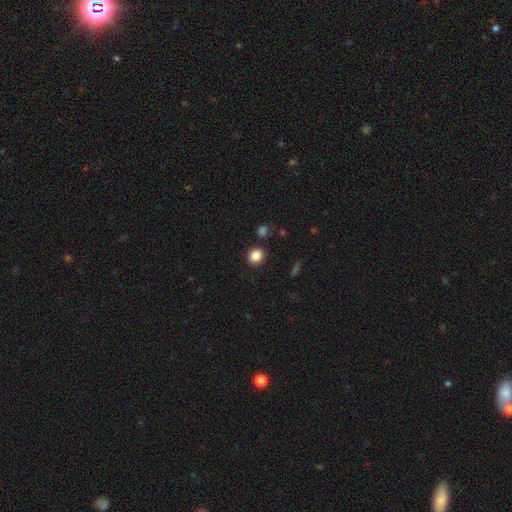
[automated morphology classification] Overall: smooth (86%). How rounded: round (83%). Merging: none (88%).